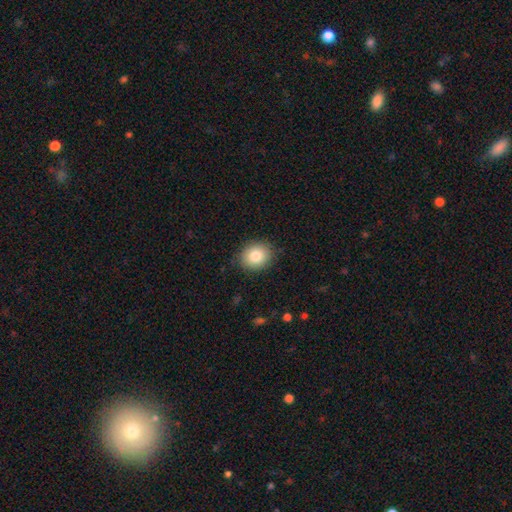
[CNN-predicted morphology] Smooth or featured?
  - smooth: 82% *
  - star or artifact: 9%
  - featured or disk: 9%
How rounded?
  - round: 68% *
  - in between: 31%
  - cigar-shaped: 1%
Merging?
  - none: 86% *
  - minor disturbance: 10%
  - major disturbance: 2%
  - merger: 1%